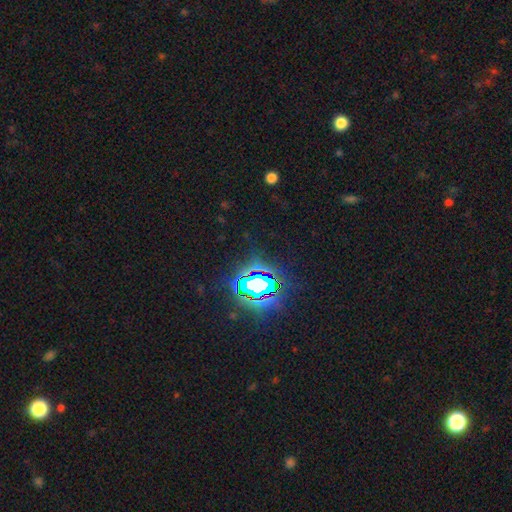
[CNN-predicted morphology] Smooth or featured? Predicted: star or artifact (p=0.82).